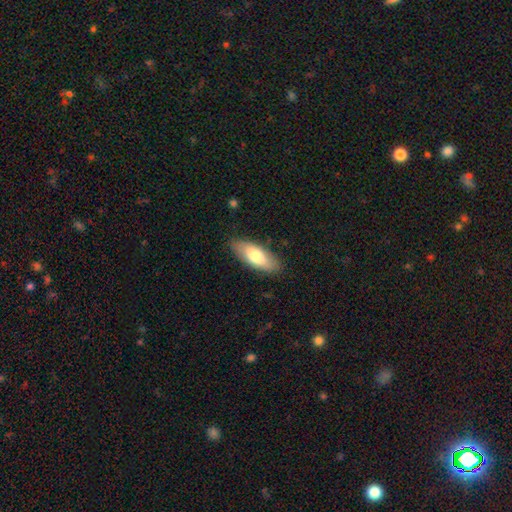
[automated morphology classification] A smooth galaxy with no disk features (72%) that is in between round and cigar-shaped (76%). Merging: none (85%).